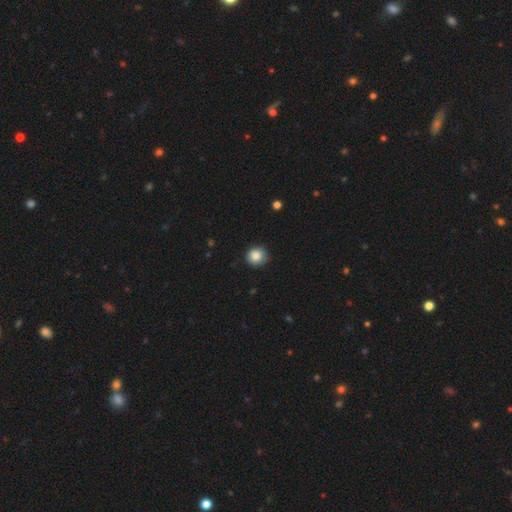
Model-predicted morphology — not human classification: Smooth or featured: smooth — 86% (star or artifact — 9%)
How rounded: round — 91% (in between — 8%)
Merging: none — 84% (minor disturbance — 13%)